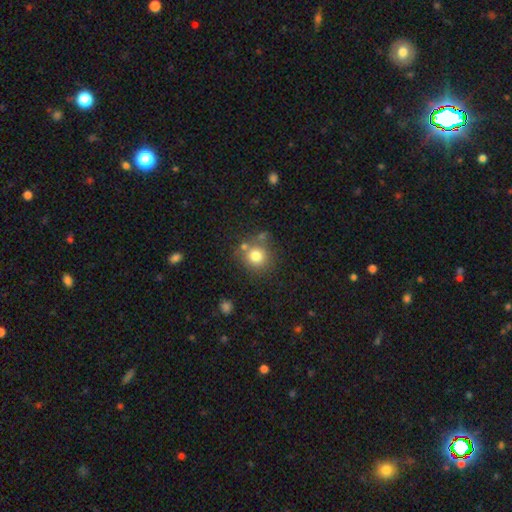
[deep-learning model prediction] Smooth or featured?
  - smooth: 79% *
  - star or artifact: 12%
  - featured or disk: 9%
How rounded?
  - round: 87% *
  - in between: 12%
  - cigar-shaped: 1%
Merging?
  - none: 71% *
  - minor disturbance: 12%
  - merger: 12%
  - major disturbance: 5%